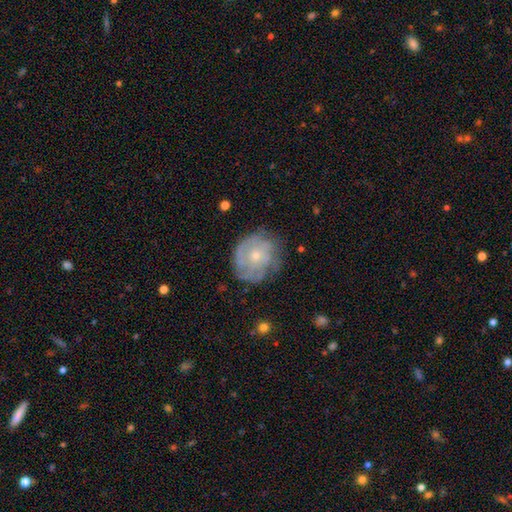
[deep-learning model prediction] Q: Smooth or featured?
A: featured or disk (66%); runner-up: smooth (26%)
Q: Edge-on disk?
A: no (97%); runner-up: yes (3%)
Q: Bar?
A: no (84%); runner-up: weak (14%)
Q: Spiral arms?
A: yes (75%); runner-up: no (25%)
Q: Bulge size?
A: small (61%); runner-up: moderate (35%)
Q: Merging?
A: none (67%); runner-up: minor disturbance (22%)